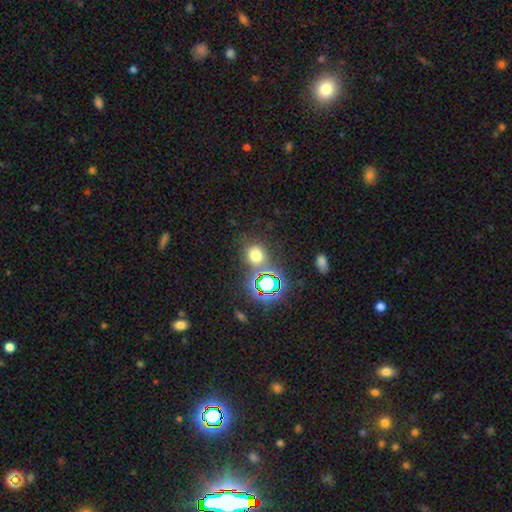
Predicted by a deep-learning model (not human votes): This is likely a smooth galaxy (62%). How rounded: likely round (79%). Merging: likely none (70%).